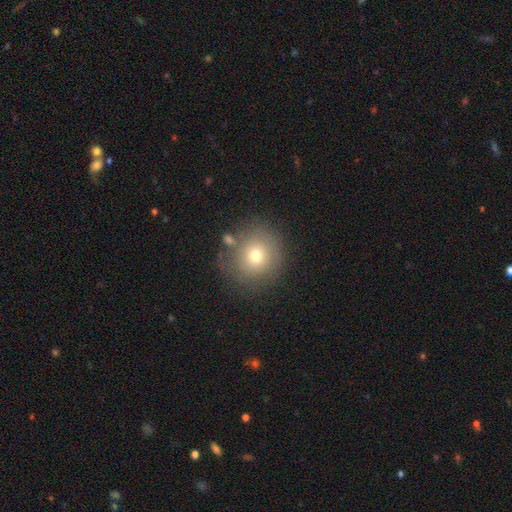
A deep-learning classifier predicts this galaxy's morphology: Smooth or featured? Predicted: smooth (p=0.68). How rounded? Predicted: round (p=0.89). Merging? Predicted: none (p=0.76).